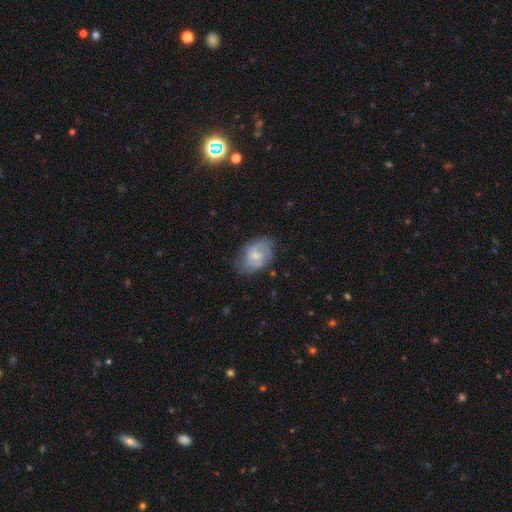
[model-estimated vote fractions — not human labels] smooth-or-featured: featured or disk: 51% | smooth: 42% | star or artifact: 7%
  disk-edge-on: no: 96% | yes: 4%
  merging: none: 66% | minor disturbance: 25% | major disturbance: 7% | merger: 2%